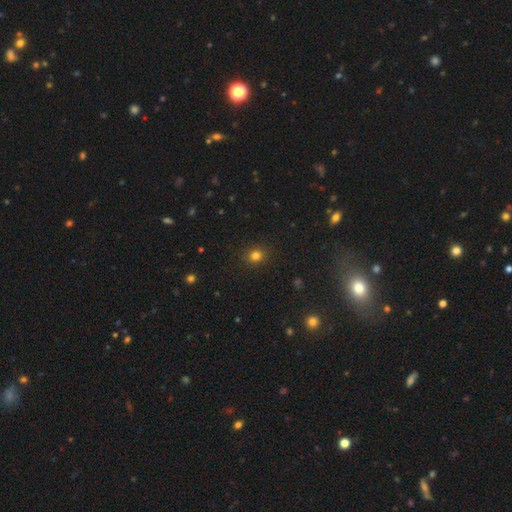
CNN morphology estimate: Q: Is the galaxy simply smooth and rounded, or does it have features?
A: smooth — 80%.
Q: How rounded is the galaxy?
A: round — 78%.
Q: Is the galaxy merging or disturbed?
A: none — 89%.